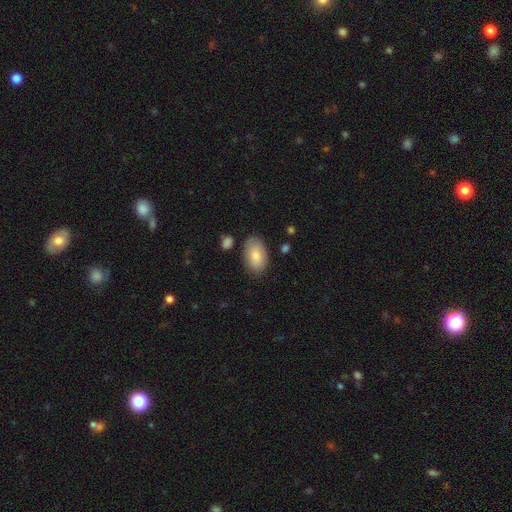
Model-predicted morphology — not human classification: smooth-or-featured: smooth: 84% | featured or disk: 10% | star or artifact: 6%
  how-rounded: in between: 94% | round: 5% | cigar-shaped: 1%
  merging: none: 80% | minor disturbance: 15% | major disturbance: 3% | merger: 3%